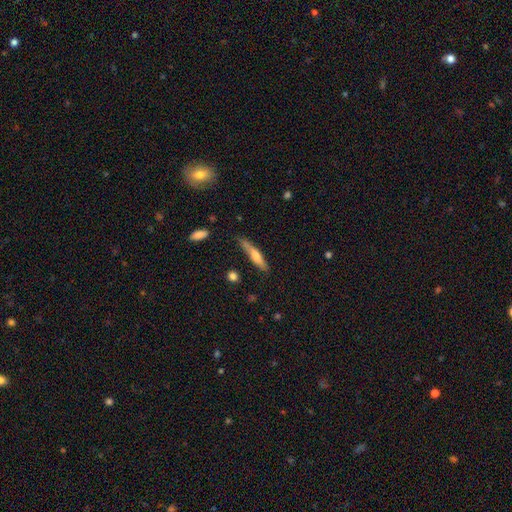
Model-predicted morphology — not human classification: type=smooth (58%); roundness=cigar-shaped (88%); merging=none (69%).